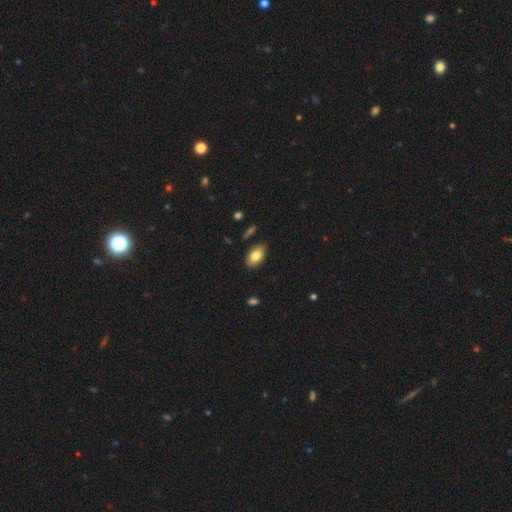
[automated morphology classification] This is clearly a smooth galaxy (81%). How rounded: clearly in between (93%). Merging: clearly none (85%).